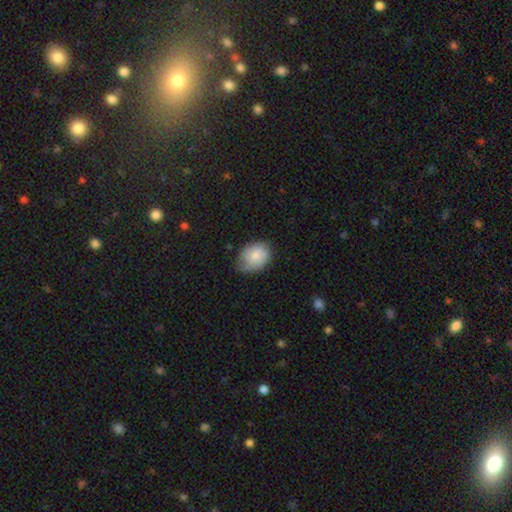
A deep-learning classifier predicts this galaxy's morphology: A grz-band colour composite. It shows a smooth galaxy with no disk features (77%) that is in between round and cigar-shaped (66%). Merging: none (61%).